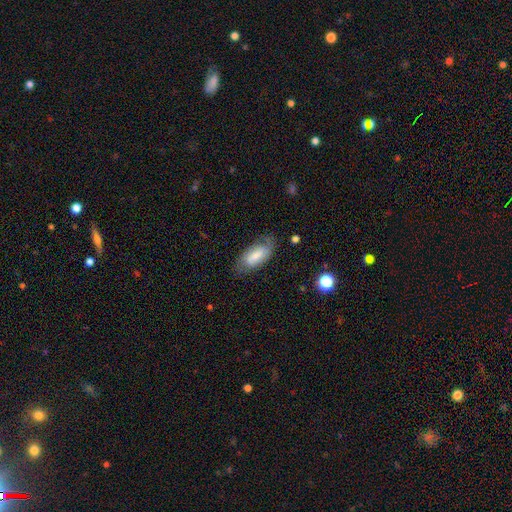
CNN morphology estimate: The model was most divided on "smooth or featured": smooth: 59%, featured or disk: 34%, star or artifact: 7%. More confident: how rounded — in between (85%); merging — none (68%).